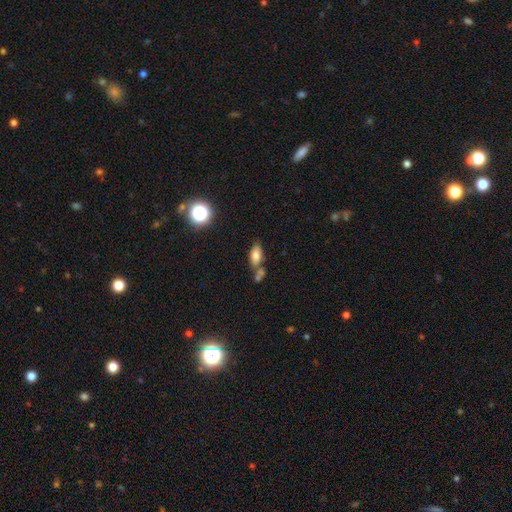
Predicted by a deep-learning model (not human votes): Smooth or featured? Predicted: smooth (p=0.76). How rounded? Predicted: in between (p=0.86). Merging? Predicted: none (p=0.48).